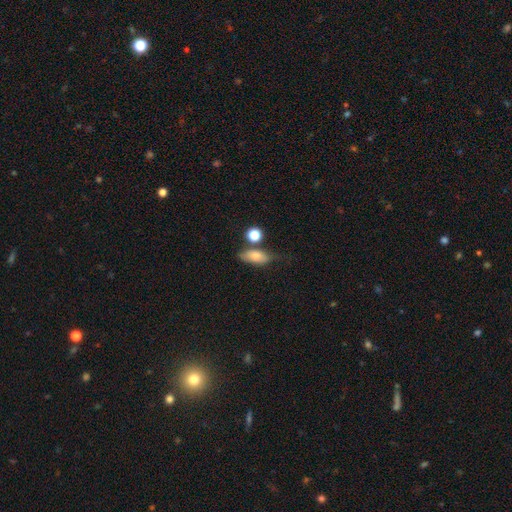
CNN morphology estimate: Smooth or featured? smooth (74%)
How rounded? in between (79%)
Merging? none (53%)